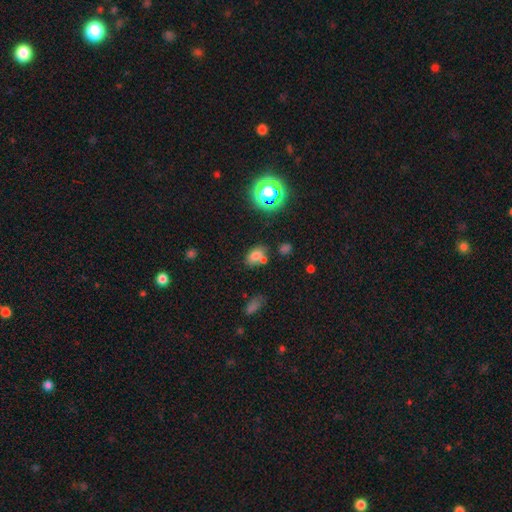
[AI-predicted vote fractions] A smooth galaxy with no disk features (70%) that is in between round and cigar-shaped (79%).

Vote fractions:
- Smooth or featured? smooth: 70% / star or artifact: 19% / featured or disk: 11%
- How rounded? in between: 79% / round: 20% / cigar-shaped: 2%
- Merging? none: 57% / merger: 24% / minor disturbance: 14% / major disturbance: 5%